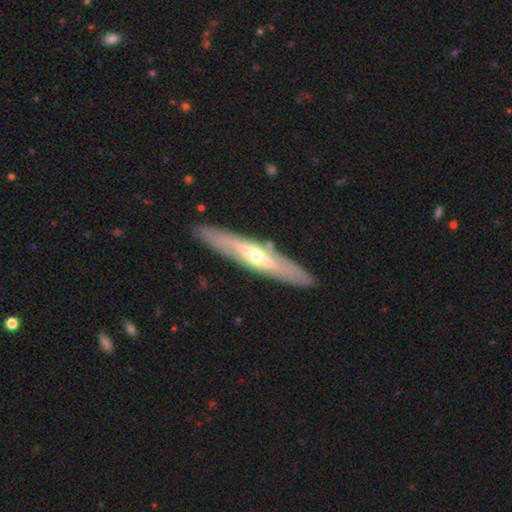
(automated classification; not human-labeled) Smooth or featured? featured or disk (69%)
Edge-on disk? yes (72%)
Merging? none (87%)